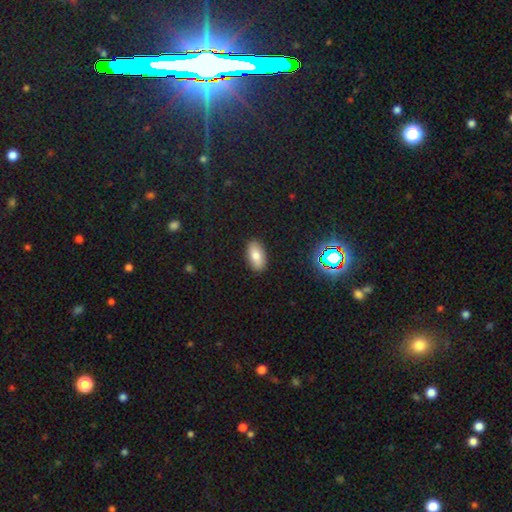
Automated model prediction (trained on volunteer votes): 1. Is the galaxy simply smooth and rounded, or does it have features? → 76% smooth, 14% featured or disk, 10% star or artifact.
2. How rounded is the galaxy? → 92% in between, 4% cigar-shaped, 4% round.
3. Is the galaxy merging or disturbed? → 88% none, 8% minor disturbance, 2% major disturbance, 1% merger.